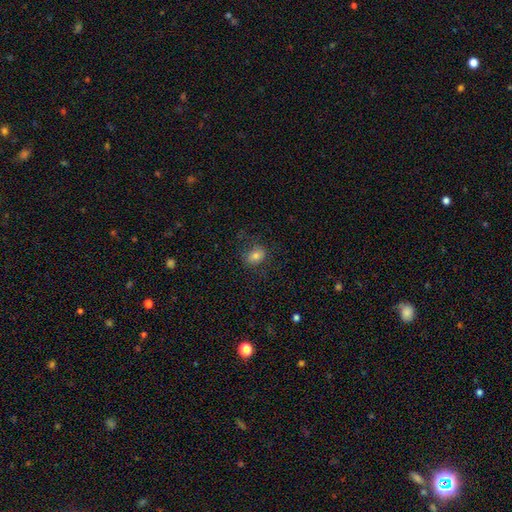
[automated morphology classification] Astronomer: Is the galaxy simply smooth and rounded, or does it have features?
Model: smooth — 74%.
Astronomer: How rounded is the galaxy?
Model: in between — 60% (runner-up: round, 39%).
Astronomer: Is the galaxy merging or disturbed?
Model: none — 76%.